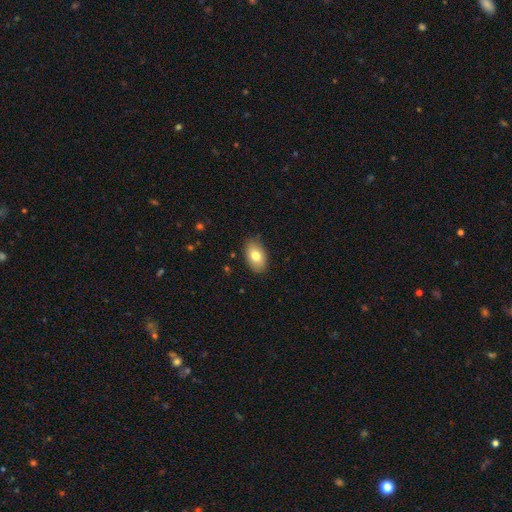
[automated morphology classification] smooth 78%, featured or disk 14%, star or artifact 7%. Down the decision tree: how rounded — in between (90%); merging — none (86%).